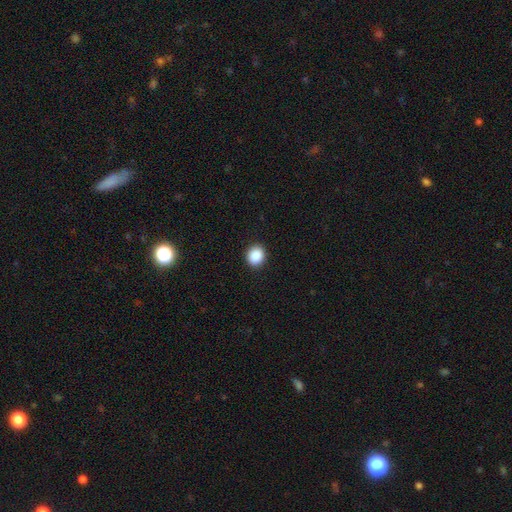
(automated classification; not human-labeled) Smooth or featured?
  - smooth: 89% *
  - star or artifact: 8%
  - featured or disk: 3%
How rounded?
  - round: 77% *
  - in between: 22%
  - cigar-shaped: 1%
Merging?
  - none: 92% *
  - minor disturbance: 6%
  - major disturbance: 2%
  - merger: 1%